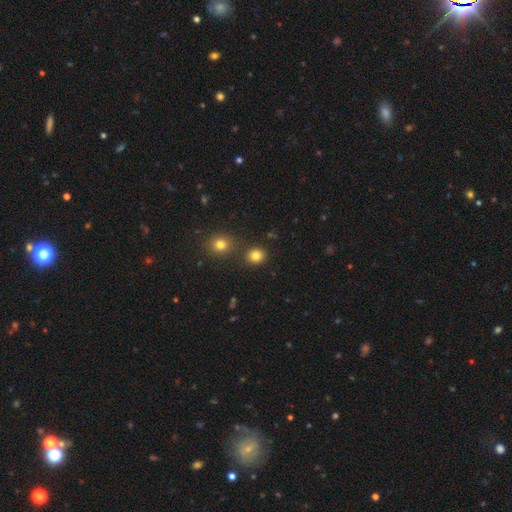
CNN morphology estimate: Q: Smooth or featured?
A: smooth (82%); runner-up: star or artifact (12%)
Q: How rounded?
A: round (80%); runner-up: in between (19%)
Q: Merging?
A: none (81%); runner-up: merger (8%)